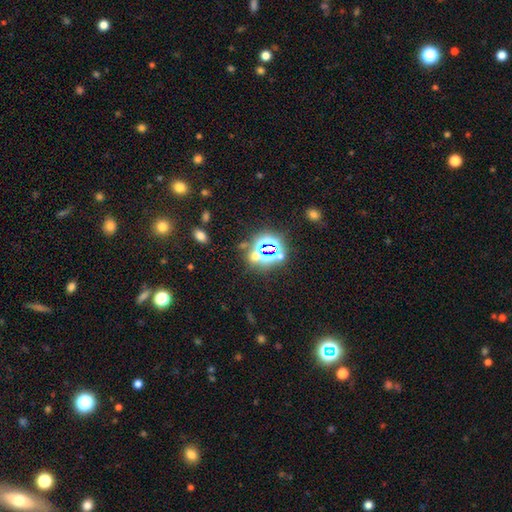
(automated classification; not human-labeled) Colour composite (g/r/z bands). It shows a star or artifact, not a galaxy (68%).